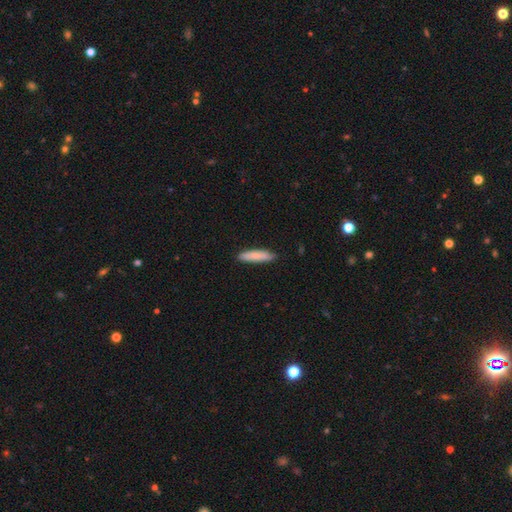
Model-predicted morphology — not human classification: Smooth or featured: smooth — 82% (featured or disk — 13%)
How rounded: cigar-shaped — 80% (in between — 19%)
Merging: none — 86% (minor disturbance — 11%)